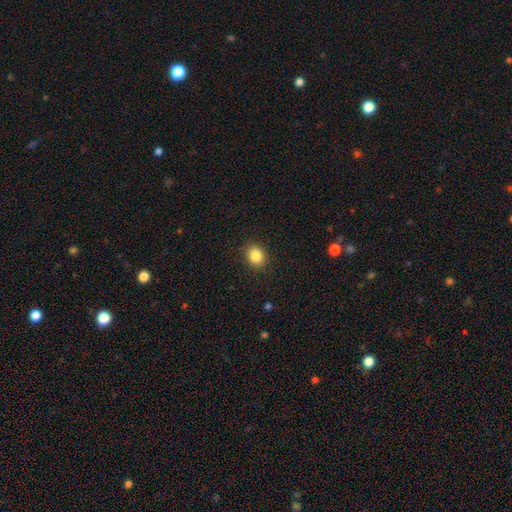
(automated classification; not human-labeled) This appears to be a smooth galaxy with no disk features (85%) that is round (63%). Merging: none (89%).